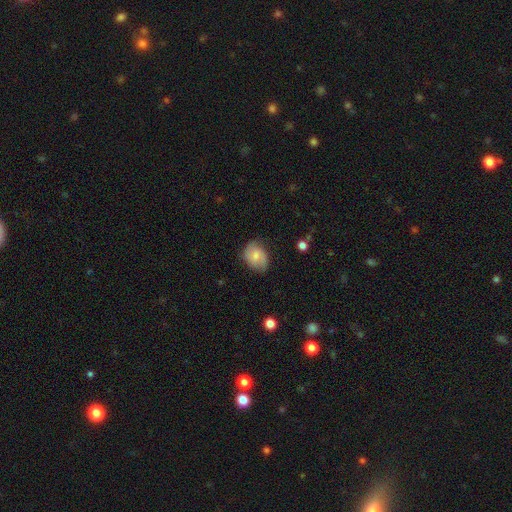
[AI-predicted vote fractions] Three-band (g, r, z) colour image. It shows a smooth galaxy with no disk features (60%) that is in between round and cigar-shaped (64%). Merging: none (70%).